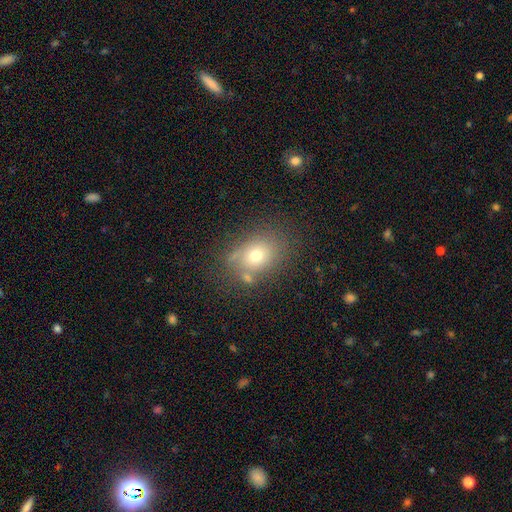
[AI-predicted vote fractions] Smooth or featured?
  - smooth: 69% *
  - featured or disk: 17%
  - star or artifact: 13%
How rounded?
  - in between: 64% *
  - round: 34%
  - cigar-shaped: 1%
Merging?
  - none: 66% *
  - minor disturbance: 18%
  - merger: 10%
  - major disturbance: 7%